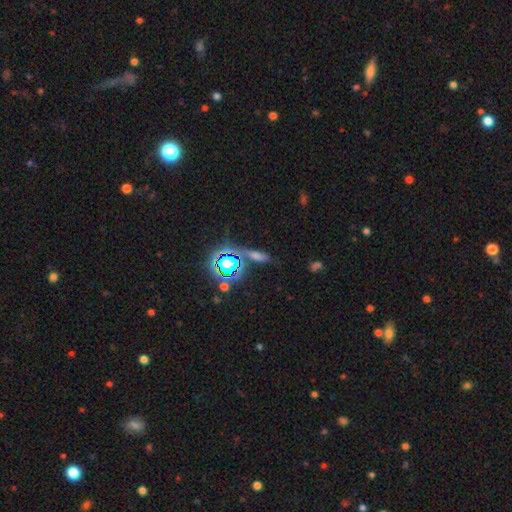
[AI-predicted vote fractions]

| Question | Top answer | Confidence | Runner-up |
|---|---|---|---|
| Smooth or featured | smooth | 45% | star or artifact (36%) |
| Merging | none | 69% | minor disturbance (15%) |